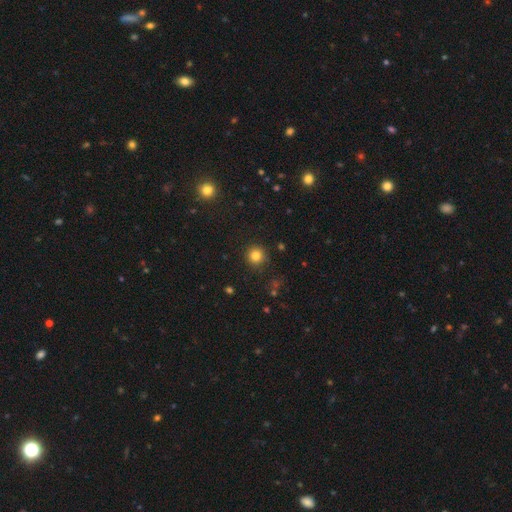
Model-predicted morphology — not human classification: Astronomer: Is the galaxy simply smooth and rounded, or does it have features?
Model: smooth — 82%.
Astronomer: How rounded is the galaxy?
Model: round — 94%.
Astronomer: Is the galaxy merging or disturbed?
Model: none — 89%.